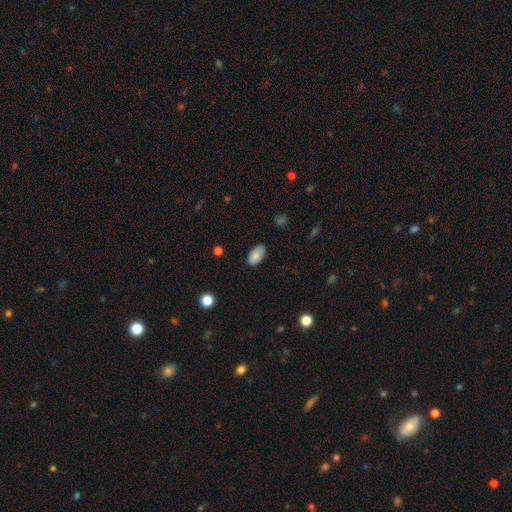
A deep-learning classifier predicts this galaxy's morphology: Smooth or featured? smooth (87%)
How rounded? in between (94%)
Merging? none (83%)